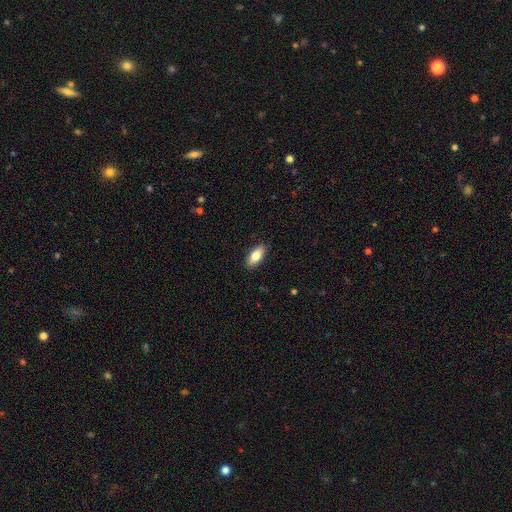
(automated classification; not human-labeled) Smooth or featured?
  - smooth: 81% *
  - featured or disk: 12%
  - star or artifact: 6%
How rounded?
  - in between: 85% *
  - cigar-shaped: 12%
  - round: 2%
Merging?
  - none: 89% *
  - minor disturbance: 8%
  - major disturbance: 2%
  - merger: 1%